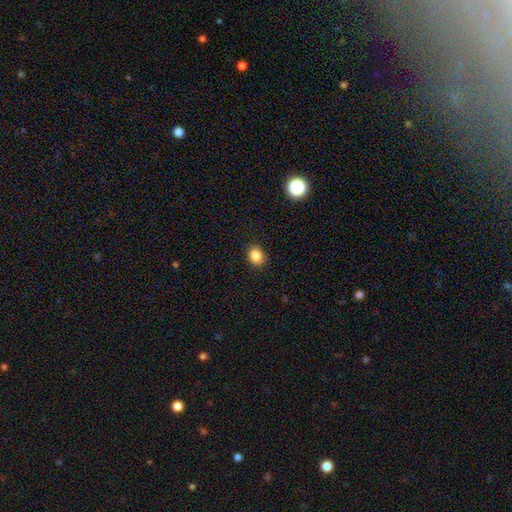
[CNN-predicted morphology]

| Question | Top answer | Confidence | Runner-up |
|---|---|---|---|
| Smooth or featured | smooth | 85% | star or artifact (10%) |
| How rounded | in between | 50% | tied: round (50%) |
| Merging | none | 90% | minor disturbance (7%) |